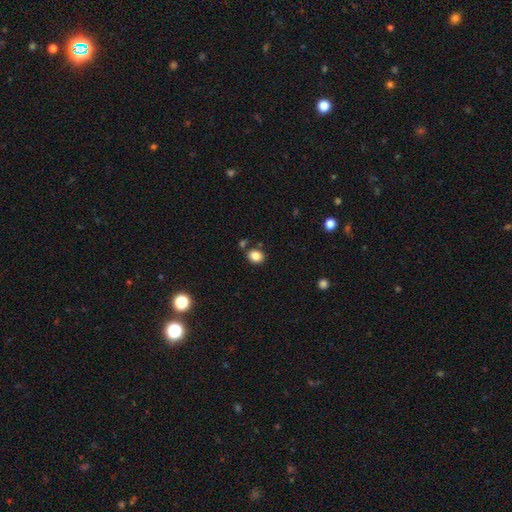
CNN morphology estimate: A smooth galaxy with no disk features (84%) that is round (59%).

Vote fractions:
- Smooth or featured? smooth: 84% / star or artifact: 11% / featured or disk: 5%
- How rounded? round: 59% / in between: 40% / cigar-shaped: 1%
- Merging? none: 79% / minor disturbance: 10% / merger: 8% / major disturbance: 3%